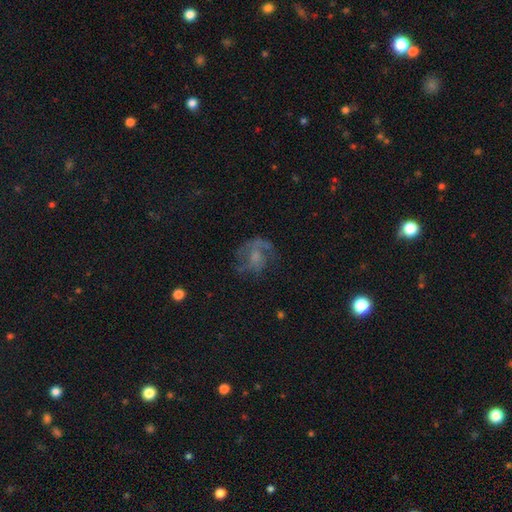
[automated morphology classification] The model was most divided on "bulge size": small: 33%, none: 30%, moderate: 29%, large: 6%, dominant: 1%. More confident: edge-on disk — no (97%); spiral arms — yes (73%); bar — no (63%); smooth or featured — featured or disk (61%); merging — none (51%).